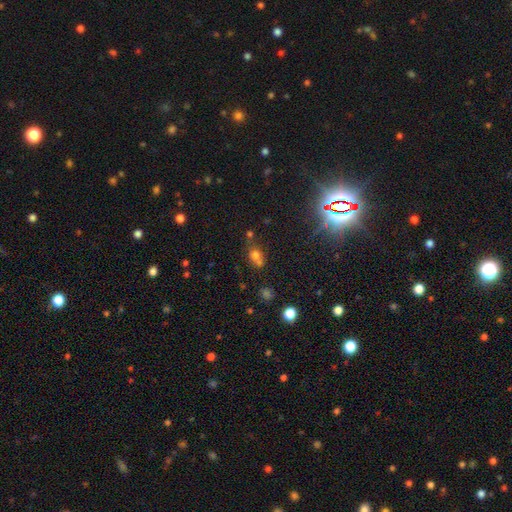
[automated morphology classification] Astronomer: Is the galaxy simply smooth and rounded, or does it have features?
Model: smooth — 65%.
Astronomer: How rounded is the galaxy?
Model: round — 59% (runner-up: in between, 38%).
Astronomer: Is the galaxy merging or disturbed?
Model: merger — 41%, tied with none at 41%.